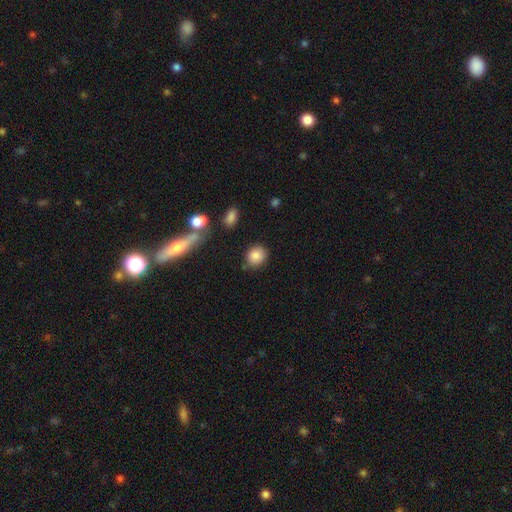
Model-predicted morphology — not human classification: Overall: smooth (85%). How rounded: round (74%). Merging: none (81%).